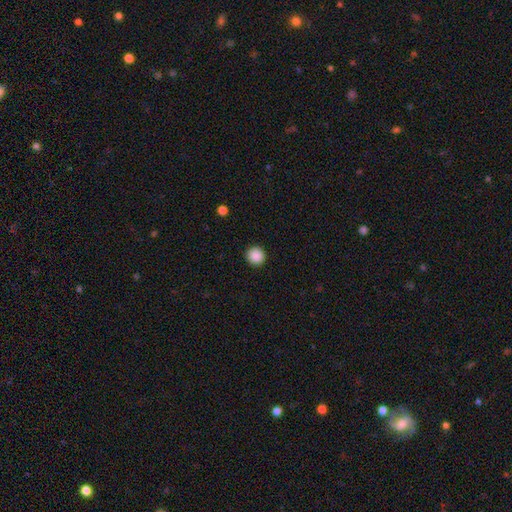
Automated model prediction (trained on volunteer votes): smooth 89%, star or artifact 9%, featured or disk 2%. Down the decision tree: how rounded — round (94%); merging — none (92%).